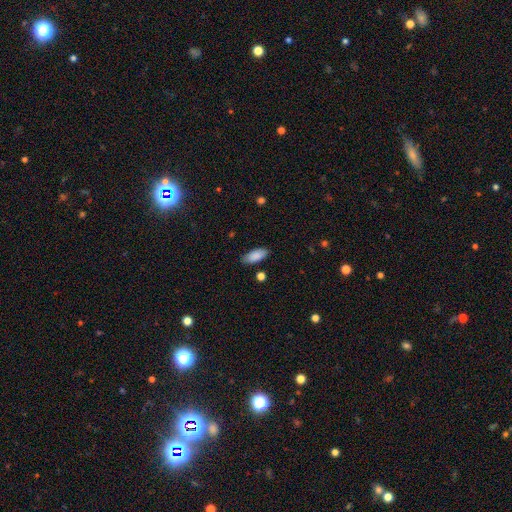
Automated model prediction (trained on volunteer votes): smooth 88%, star or artifact 7%, featured or disk 5%. Down the decision tree: how rounded — in between (85%); merging — none (84%).